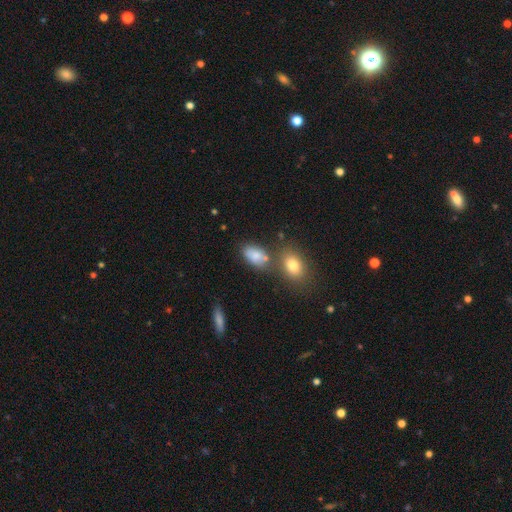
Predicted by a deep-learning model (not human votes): smooth_or_featured: smooth (p=0.79) [alt: featured or disk p=0.11]
how_rounded: in between (p=0.89) [alt: round p=0.08]
merging: none (p=0.53) [alt: merger p=0.22]